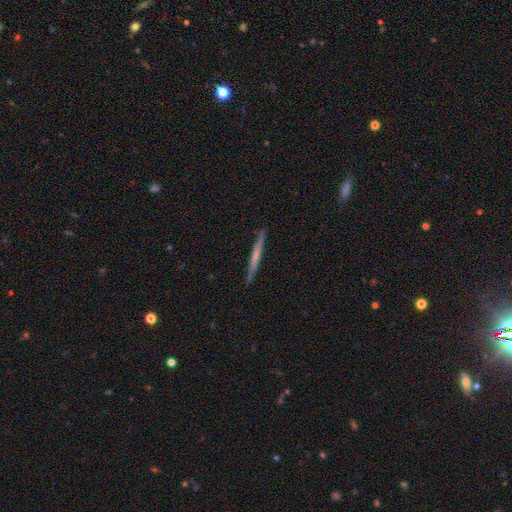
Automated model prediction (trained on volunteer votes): Smooth or featured: featured or disk — 48% (smooth — 47%)
Merging: none — 90% (minor disturbance — 8%)